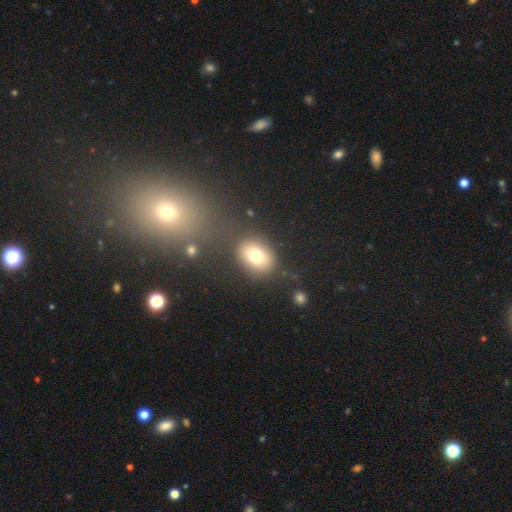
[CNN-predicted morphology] A smooth galaxy with no disk features (78%) that is in between round and cigar-shaped (58%).

Vote fractions:
- Smooth or featured? smooth: 78% / featured or disk: 12% / star or artifact: 11%
- How rounded? in between: 58% / round: 41% / cigar-shaped: 1%
- Merging? none: 77% / minor disturbance: 12% / merger: 6% / major disturbance: 5%